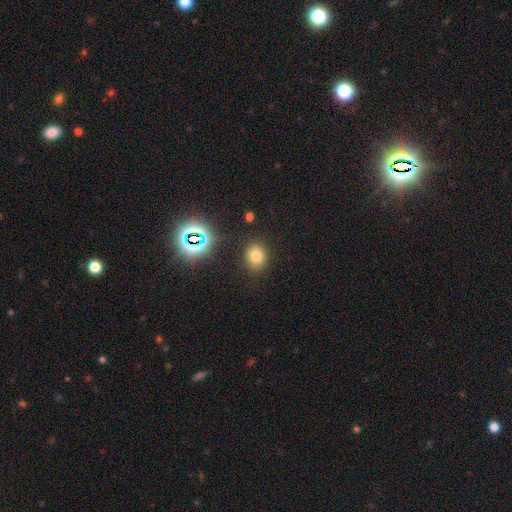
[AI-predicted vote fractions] Smooth or featured: smooth — 73% (star or artifact — 19%)
How rounded: round — 63% (in between — 36%)
Merging: none — 86% (minor disturbance — 9%)